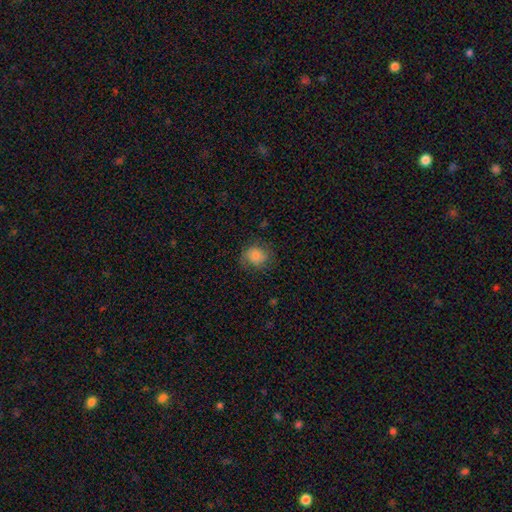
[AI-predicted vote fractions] smooth_or_featured: smooth (p=0.83) [alt: star or artifact p=0.09]
how_rounded: round (p=0.74) [alt: in between p=0.25]
merging: none (p=0.70) [alt: minor disturbance p=0.20]